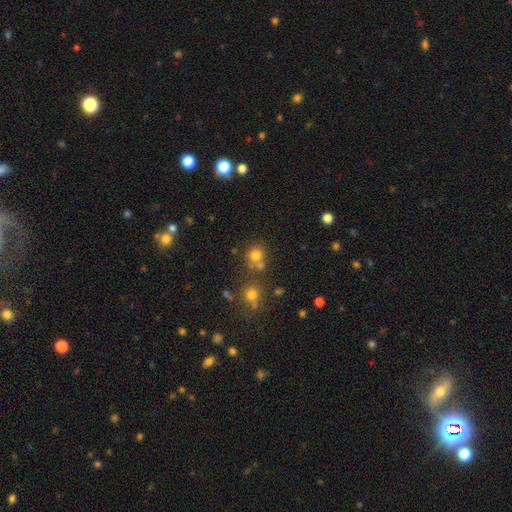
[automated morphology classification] smooth_or_featured: smooth (p=0.74) [alt: star or artifact p=0.17]
how_rounded: round (p=0.86) [alt: in between p=0.13]
merging: none (p=0.59) [alt: merger p=0.27]